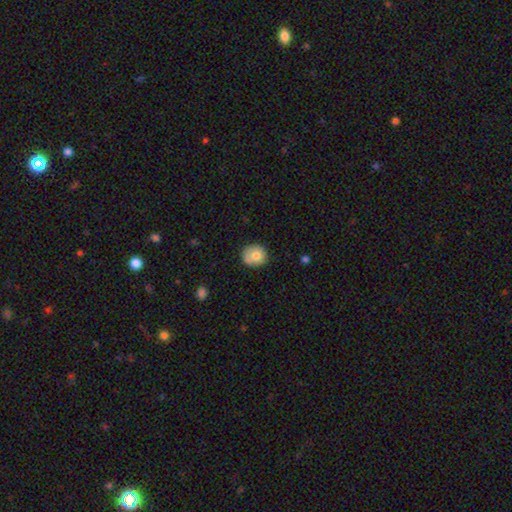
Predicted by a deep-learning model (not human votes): smooth-or-featured: smooth: 71% | featured or disk: 21% | star or artifact: 8%
  how-rounded: round: 86% | in between: 14% | cigar-shaped: 1%
  merging: none: 71% | minor disturbance: 19% | merger: 6% | major disturbance: 5%